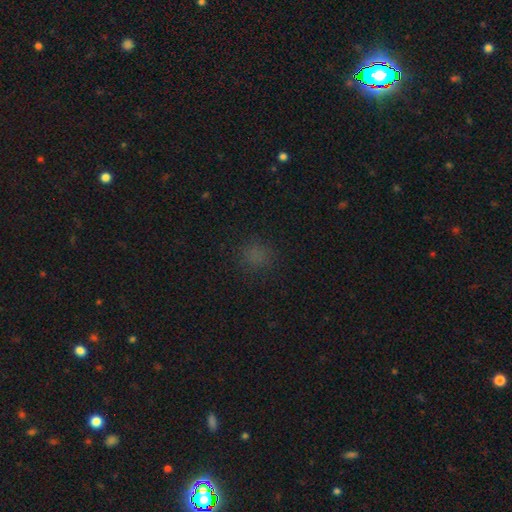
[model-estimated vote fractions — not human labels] Morphology: type=smooth (71%); roundness=round (85%); merging=none (85%).